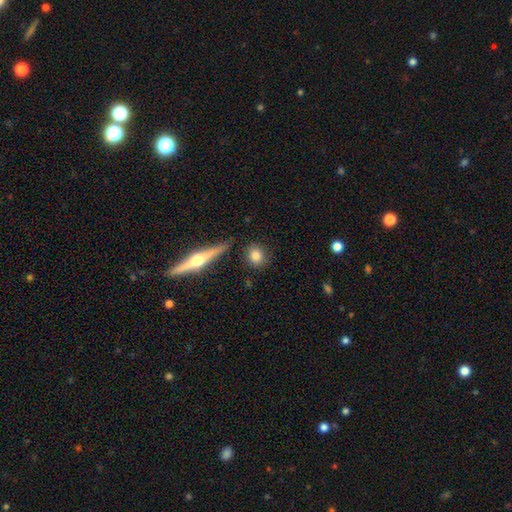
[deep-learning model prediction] smooth-or-featured: smooth: 79% | featured or disk: 14% | star or artifact: 8%
  how-rounded: round: 78% | in between: 18% | cigar-shaped: 5%
  merging: none: 83% | minor disturbance: 10% | merger: 4% | major disturbance: 3%